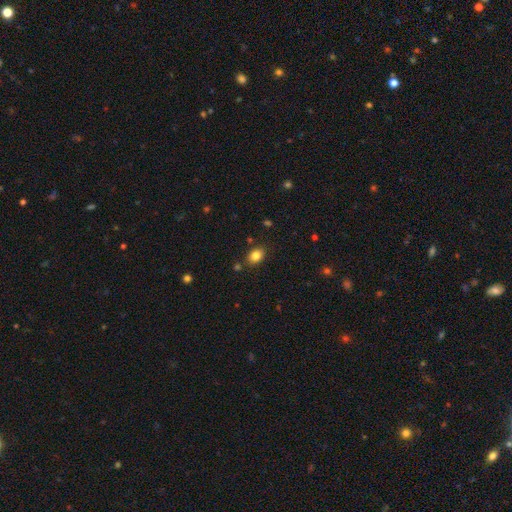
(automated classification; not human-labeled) A smooth galaxy with no disk features (83%) that is in between round and cigar-shaped (58%). Merging: none (84%).